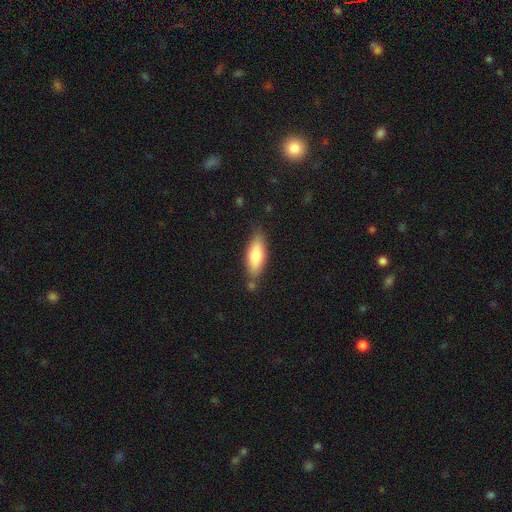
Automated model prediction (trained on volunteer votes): This is likely a smooth galaxy (76%). How rounded: likely in between (69%). Merging: likely none (76%).